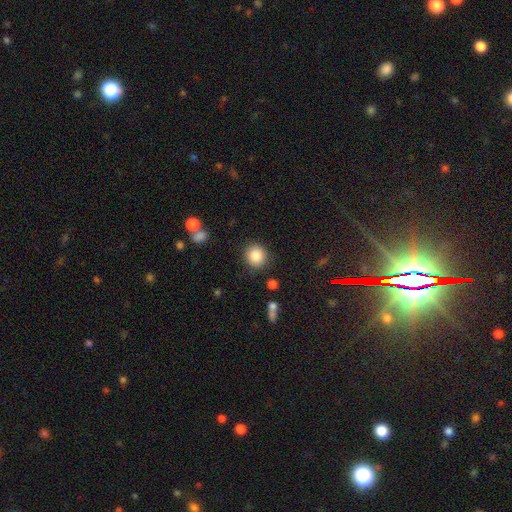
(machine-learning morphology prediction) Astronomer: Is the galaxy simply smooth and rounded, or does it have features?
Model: smooth — 86%.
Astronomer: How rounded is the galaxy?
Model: round — 86%.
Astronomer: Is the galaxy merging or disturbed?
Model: none — 86%.